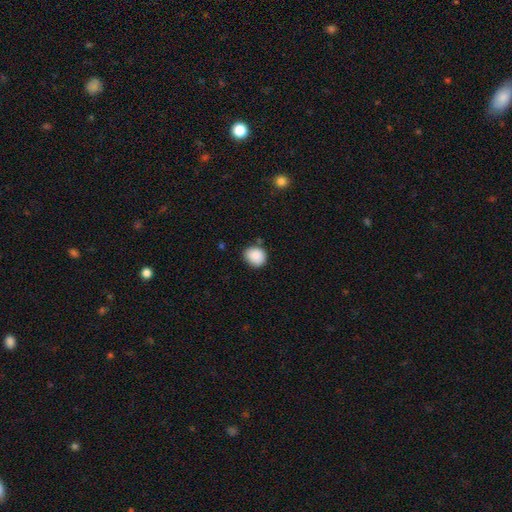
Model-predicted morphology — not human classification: Smooth or featured? smooth (88%)
How rounded? round (67%)
Merging? none (78%)